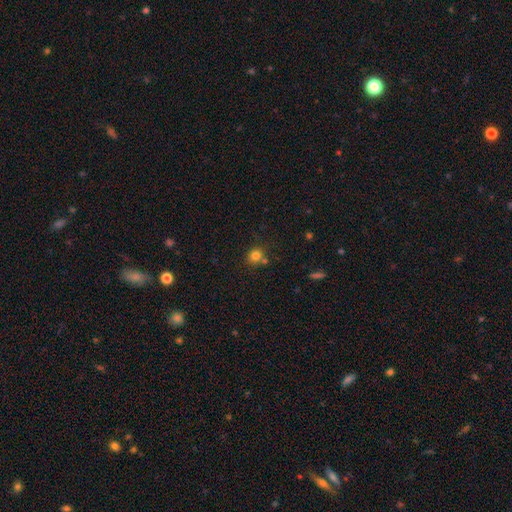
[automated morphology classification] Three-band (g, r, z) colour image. It shows a smooth galaxy with no disk features (79%) that is round (83%). Merging: none (69%).